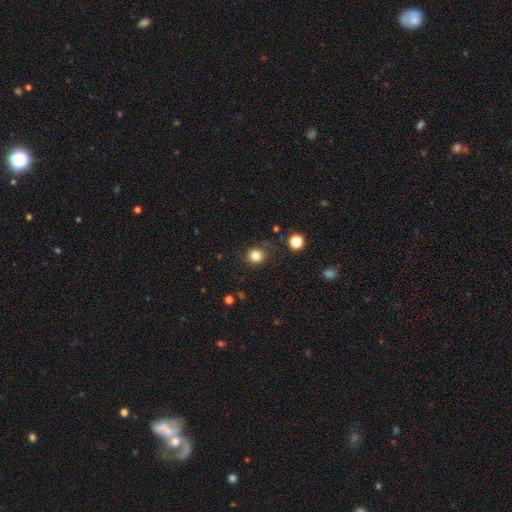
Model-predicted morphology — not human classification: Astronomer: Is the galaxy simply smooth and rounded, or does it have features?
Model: smooth — 84%.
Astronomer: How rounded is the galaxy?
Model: round — 86%.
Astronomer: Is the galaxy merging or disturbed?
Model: none — 81%.